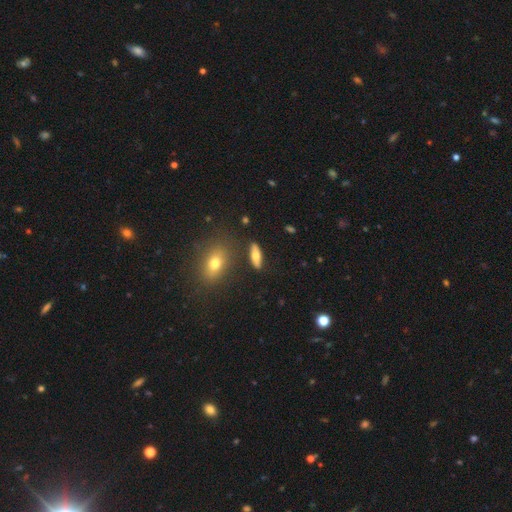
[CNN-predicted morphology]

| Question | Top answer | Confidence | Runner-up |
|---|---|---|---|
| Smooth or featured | smooth | 56% | featured or disk (35%) |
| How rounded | in between | 52% | cigar-shaped (43%) |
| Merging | none | 82% | minor disturbance (11%) |